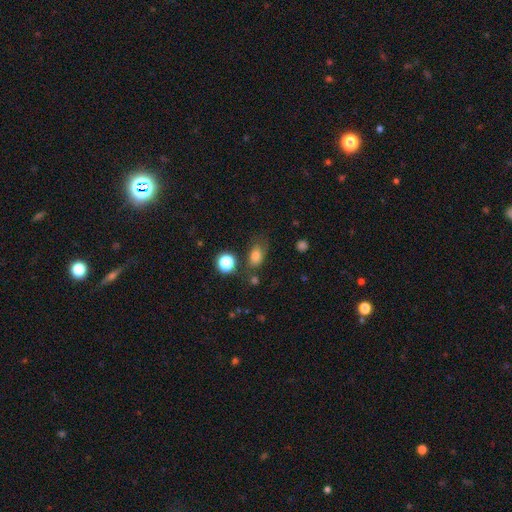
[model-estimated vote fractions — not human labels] This is likely a smooth galaxy (75%). How rounded: likely in between (79%). Merging: possibly none (59%).